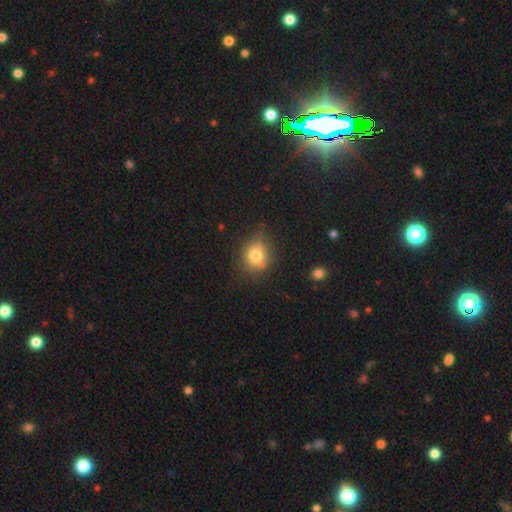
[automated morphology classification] The model was most divided on "how rounded": round: 68%, in between: 31%, cigar-shaped: 1%. More confident: smooth or featured — smooth (77%); merging — none (72%).